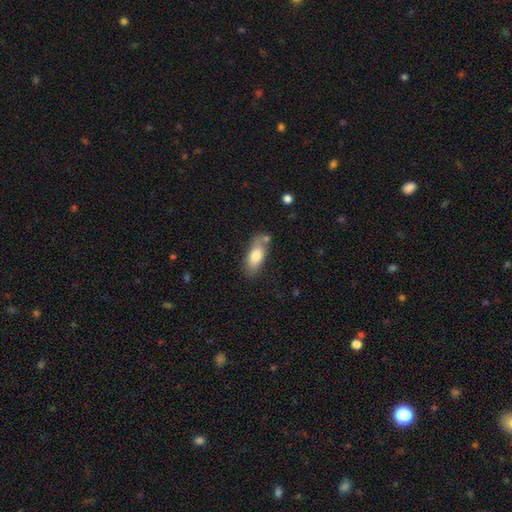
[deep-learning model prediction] smooth-or-featured: smooth: 77% | featured or disk: 17% | star or artifact: 6%
  how-rounded: in between: 79% | cigar-shaped: 18% | round: 3%
  merging: none: 66% | minor disturbance: 18% | merger: 12% | major disturbance: 5%